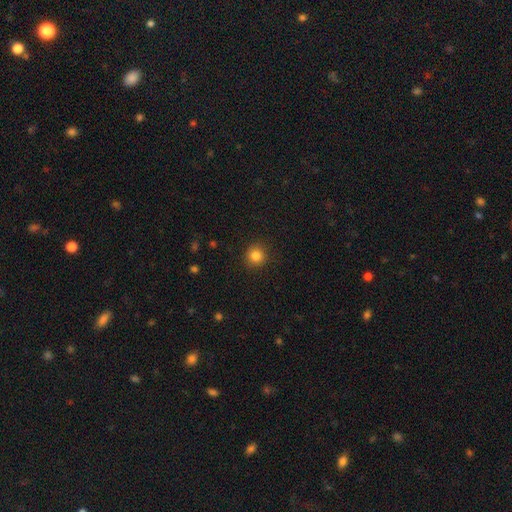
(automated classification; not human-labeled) Q: Smooth or featured?
A: smooth (84%); runner-up: star or artifact (11%)
Q: How rounded?
A: round (92%); runner-up: in between (7%)
Q: Merging?
A: none (90%); runner-up: minor disturbance (6%)